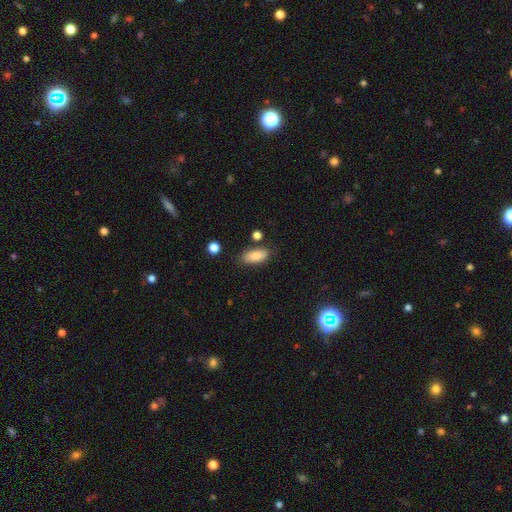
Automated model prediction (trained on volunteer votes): Overall: smooth (84%). How rounded: in between (85%). Merging: none (77%).